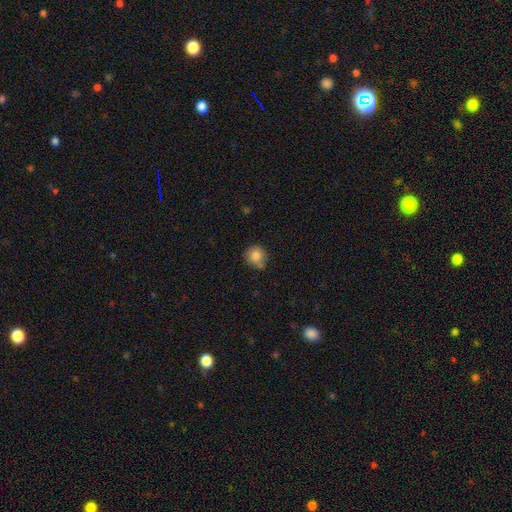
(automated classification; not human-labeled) This is clearly a smooth galaxy (82%). How rounded: clearly round (88%). Merging: likely none (65%).